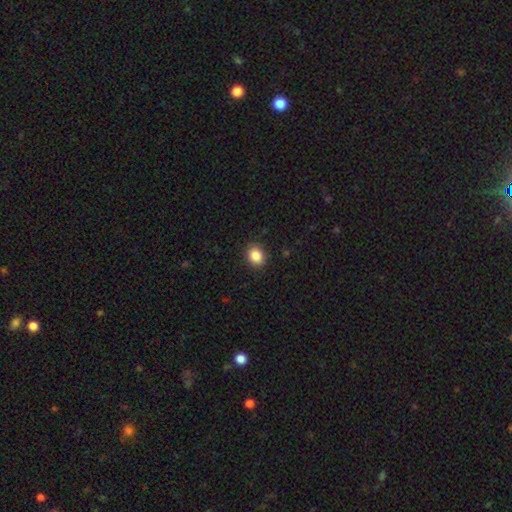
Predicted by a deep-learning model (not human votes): The model was most divided on "how rounded": in between: 50%, round: 49%, cigar-shaped: 1%. More confident: merging — none (90%); smooth or featured — smooth (87%).